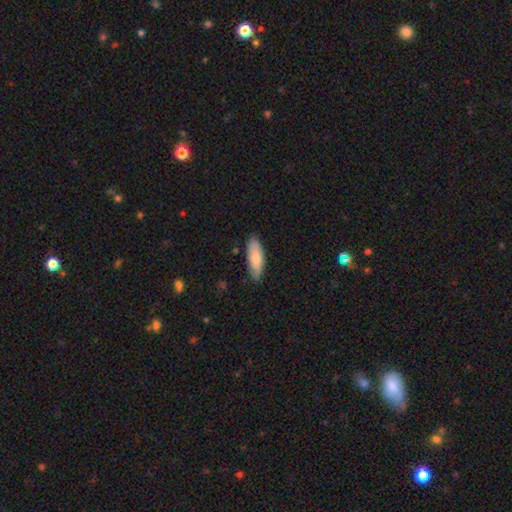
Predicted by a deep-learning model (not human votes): This appears to be a smooth galaxy with no disk features (77%) that is in between round and cigar-shaped (55%). Merging: none (84%).